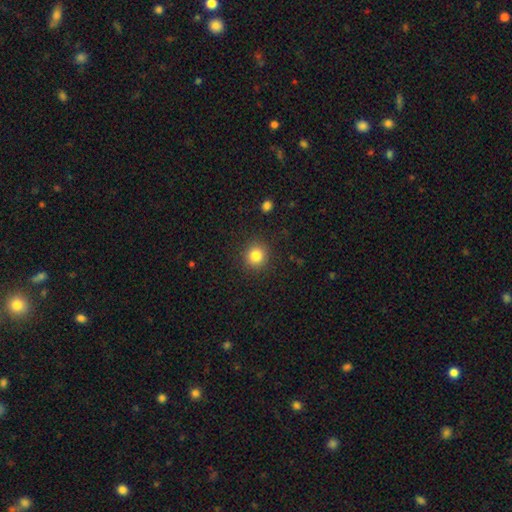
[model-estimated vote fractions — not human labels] Q: Smooth or featured?
A: smooth (83%); runner-up: star or artifact (11%)
Q: How rounded?
A: round (91%); runner-up: in between (8%)
Q: Merging?
A: none (90%); runner-up: minor disturbance (6%)